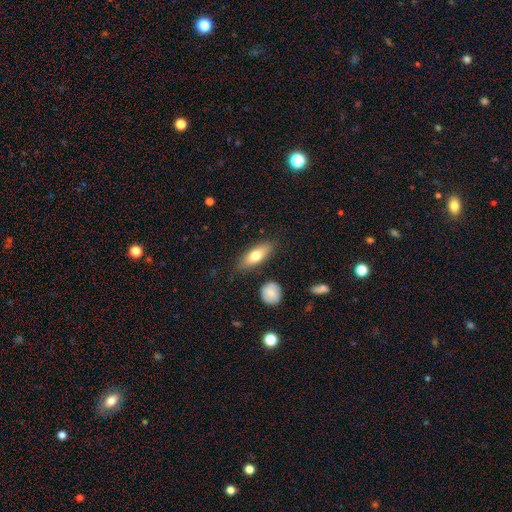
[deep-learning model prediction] A smooth galaxy with no disk features (70%) that is in between round and cigar-shaped (66%). Merging: none (80%).